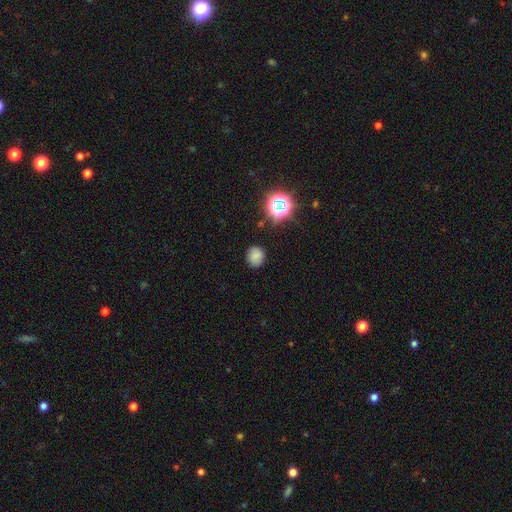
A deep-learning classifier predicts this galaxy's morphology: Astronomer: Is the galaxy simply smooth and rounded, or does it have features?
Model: smooth — 76%.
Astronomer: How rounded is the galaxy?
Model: round — 76%.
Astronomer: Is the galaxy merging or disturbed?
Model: none — 83%.